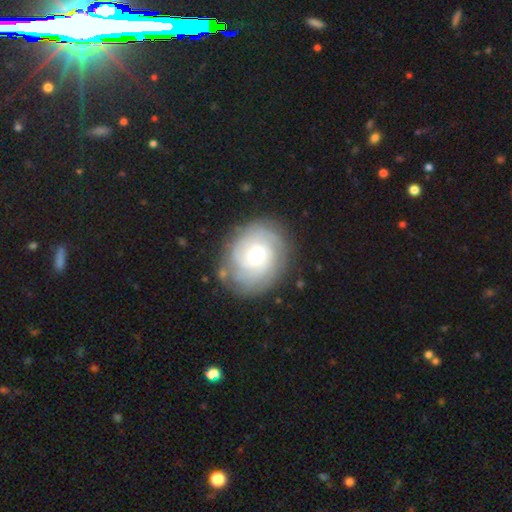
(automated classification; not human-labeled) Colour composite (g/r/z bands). It shows a featured or disk galaxy (75%) with no bar (63%), tight (70%) spiral arms (92%) and a moderate central bulge (64%). Merging: none (79%).